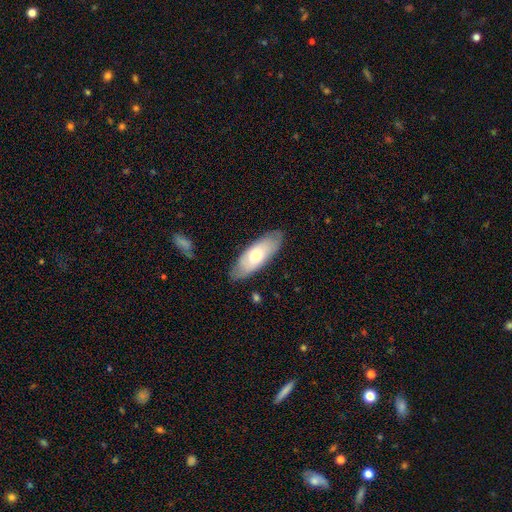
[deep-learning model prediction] Smooth or featured? smooth (65%)
How rounded? in between (73%)
Merging? none (82%)